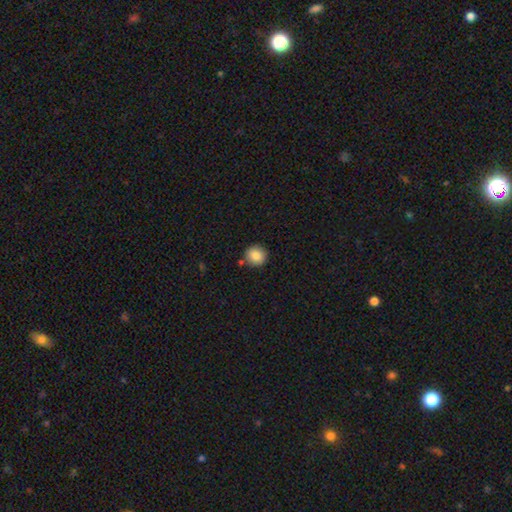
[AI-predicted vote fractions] This appears to be a smooth galaxy with no disk features (86%) that is round (91%). Merging: none (84%).